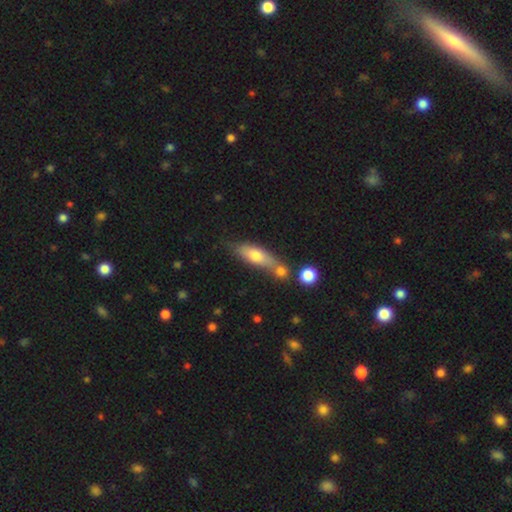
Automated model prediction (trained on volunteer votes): Q: Smooth or featured?
A: smooth (65%); runner-up: featured or disk (27%)
Q: How rounded?
A: in between (53%); runner-up: cigar-shaped (43%)
Q: Merging?
A: none (42%); runner-up: merger (35%)